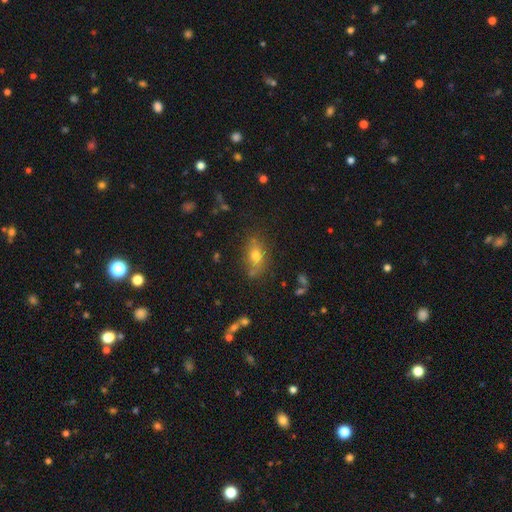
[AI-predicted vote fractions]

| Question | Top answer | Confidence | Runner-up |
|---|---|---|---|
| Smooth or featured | smooth | 67% | featured or disk (18%) |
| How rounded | in between | 76% | round (16%) |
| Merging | none | 74% | minor disturbance (17%) |